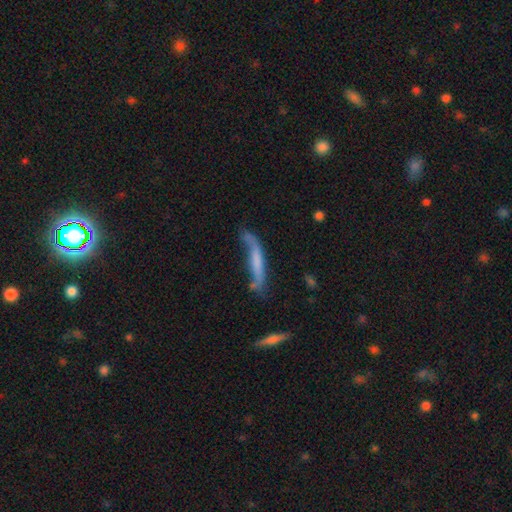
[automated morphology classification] featured or disk 45%, smooth 32%, star or artifact 23%. Down the decision tree: merging — none (49%).